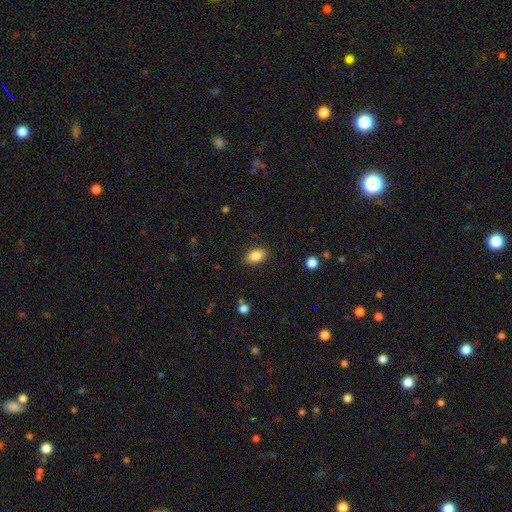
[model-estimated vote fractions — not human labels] Smooth or featured: smooth — 86% (star or artifact — 8%)
How rounded: in between — 87% (round — 12%)
Merging: none — 87% (minor disturbance — 10%)